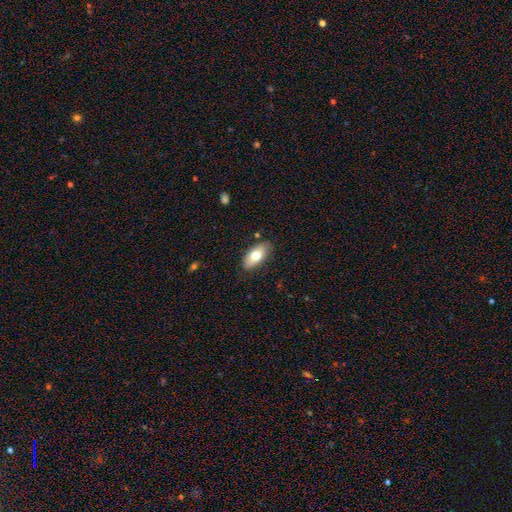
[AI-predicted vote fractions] smooth-or-featured: smooth: 72% | featured or disk: 21% | star or artifact: 7%
  how-rounded: in between: 90% | cigar-shaped: 6% | round: 4%
  merging: none: 83% | minor disturbance: 13% | major disturbance: 3% | merger: 1%